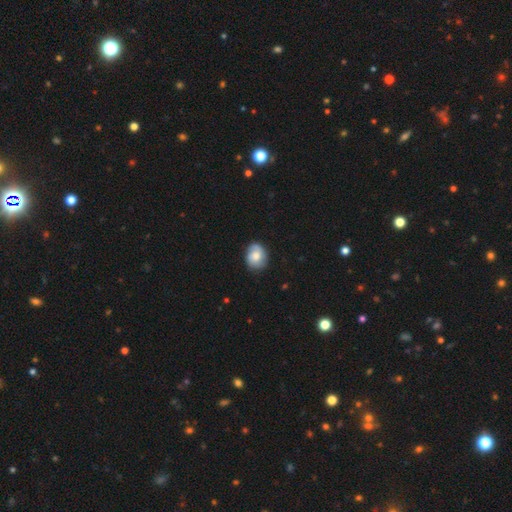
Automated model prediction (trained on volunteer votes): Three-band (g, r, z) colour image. It shows a smooth galaxy with no disk features (55%) that is round (55%). Merging: none (75%).